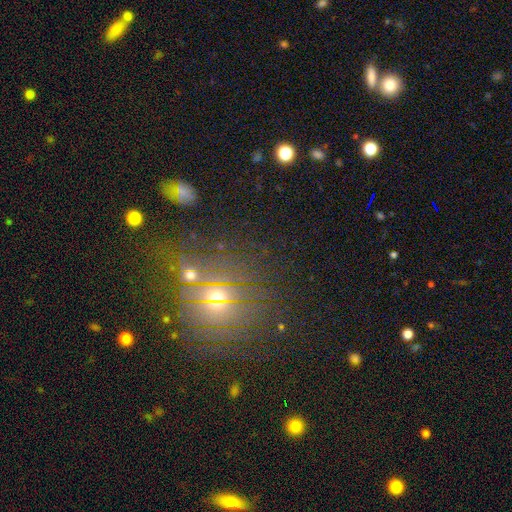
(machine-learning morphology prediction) A star or artifact, not a galaxy (48%).

Vote fractions:
- Smooth or featured? star or artifact: 48% / smooth: 40% / featured or disk: 12%